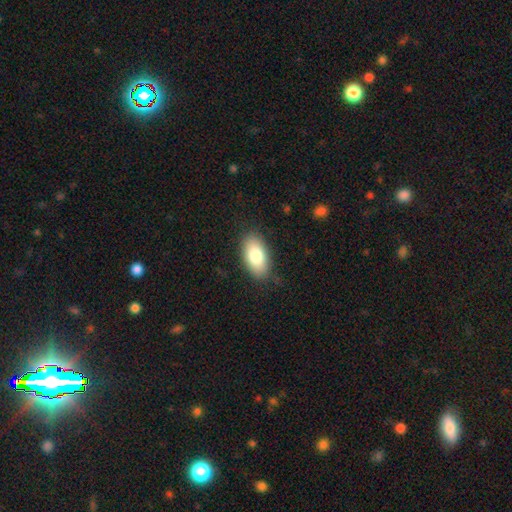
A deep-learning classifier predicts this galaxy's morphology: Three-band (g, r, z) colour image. It shows a smooth galaxy with no disk features (81%) that is in between round and cigar-shaped (94%). Merging: none (83%).